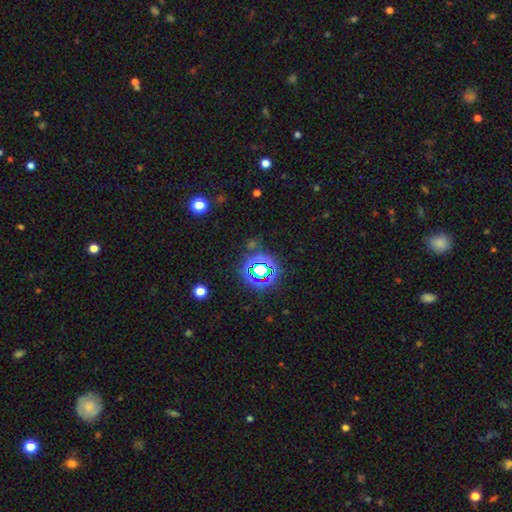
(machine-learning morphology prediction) smooth-or-featured: star or artifact: 76% | smooth: 17% | featured or disk: 7%